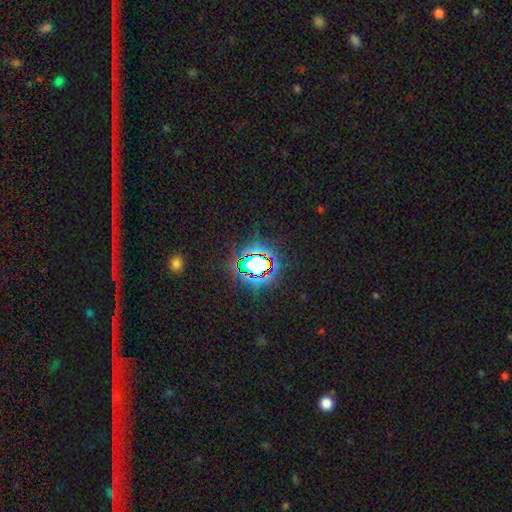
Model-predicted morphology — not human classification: Overall: star or artifact (85%).